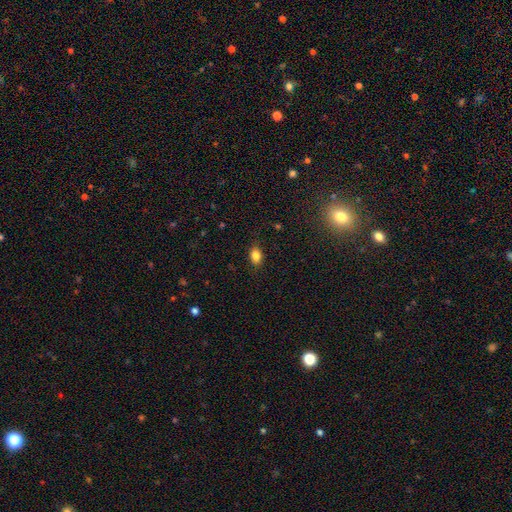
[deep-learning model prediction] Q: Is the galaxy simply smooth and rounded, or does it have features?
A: smooth — 84%.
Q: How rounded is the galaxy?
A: in between — 83%.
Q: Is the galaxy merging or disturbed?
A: none — 86%.